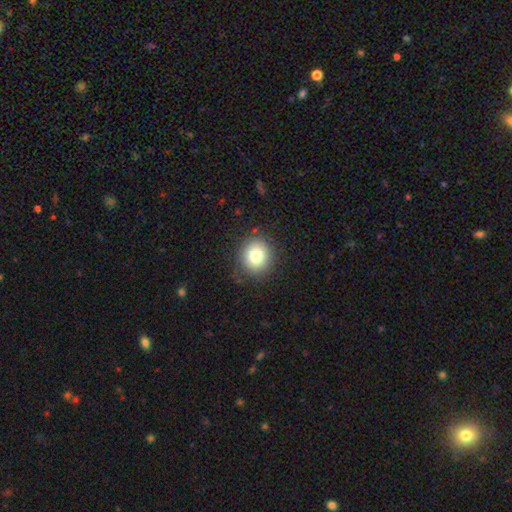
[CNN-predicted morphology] Overall: smooth (78%). How rounded: round (85%). Merging: none (86%).